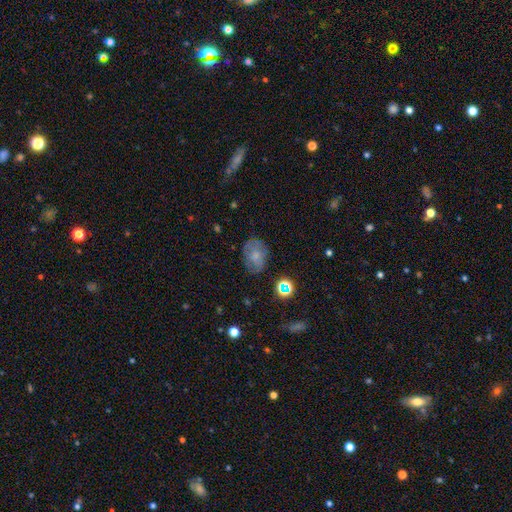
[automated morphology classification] Smooth or featured? smooth (60%)
How rounded? in between (69%)
Merging? none (66%)